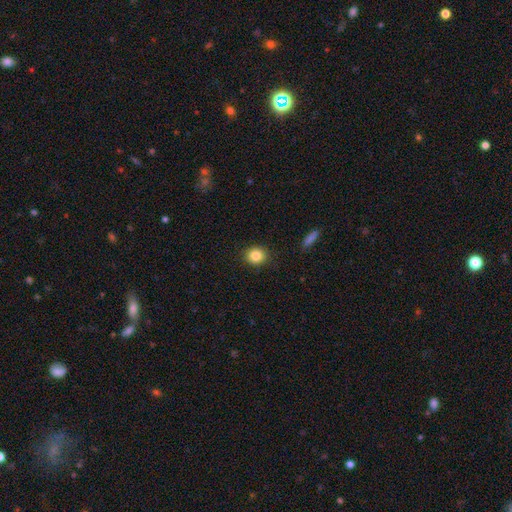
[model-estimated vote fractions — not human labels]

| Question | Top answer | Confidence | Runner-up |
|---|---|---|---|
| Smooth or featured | smooth | 84% | star or artifact (10%) |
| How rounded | round | 79% | in between (20%) |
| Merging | none | 89% | minor disturbance (8%) |